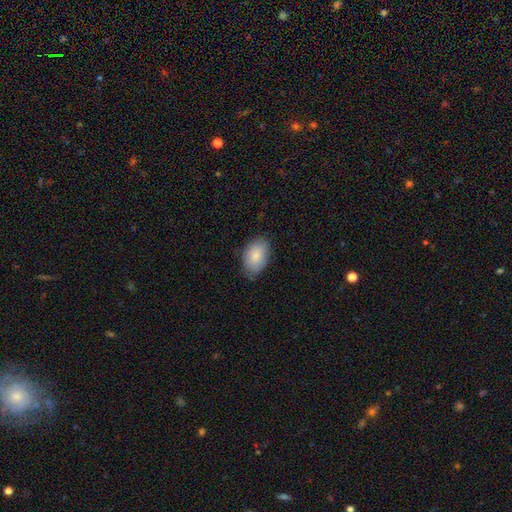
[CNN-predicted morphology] smooth 82%, featured or disk 11%, star or artifact 7%. Down the decision tree: how rounded — in between (89%); merging — none (75%).